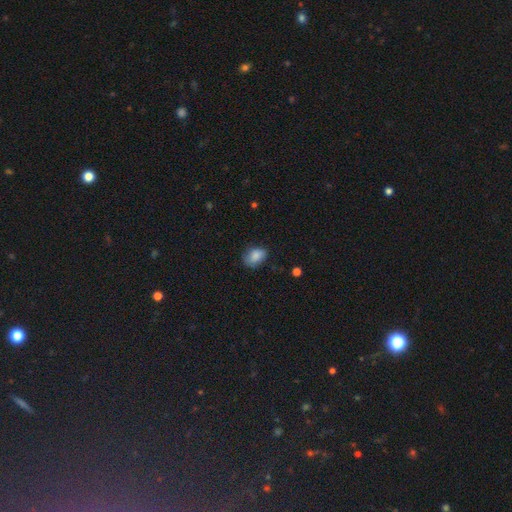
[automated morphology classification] Smooth or featured? smooth (83%)
How rounded? in between (79%)
Merging? none (65%)